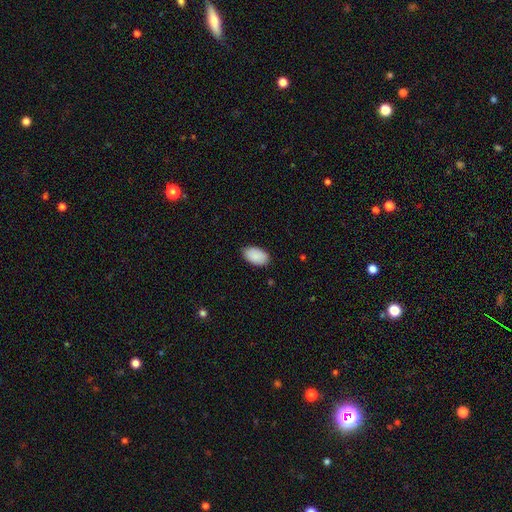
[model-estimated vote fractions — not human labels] Smooth or featured?
  - smooth: 91% *
  - star or artifact: 6%
  - featured or disk: 3%
How rounded?
  - in between: 94% *
  - round: 4%
  - cigar-shaped: 1%
Merging?
  - none: 86% *
  - minor disturbance: 11%
  - major disturbance: 2%
  - merger: 1%